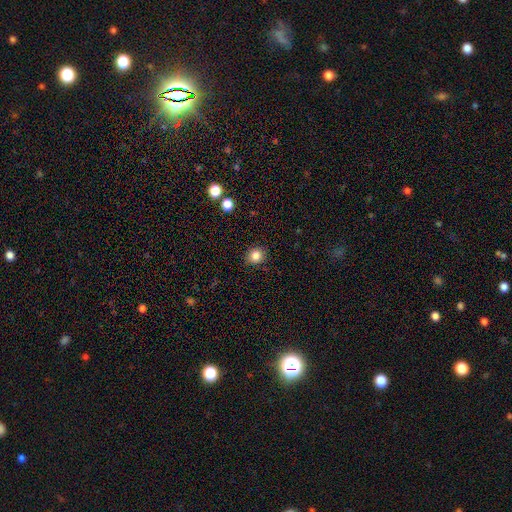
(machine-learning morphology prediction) The model was most divided on "how rounded": round: 82%, in between: 17%, cigar-shaped: 1%. More confident: merging — none (90%); smooth or featured — smooth (83%).